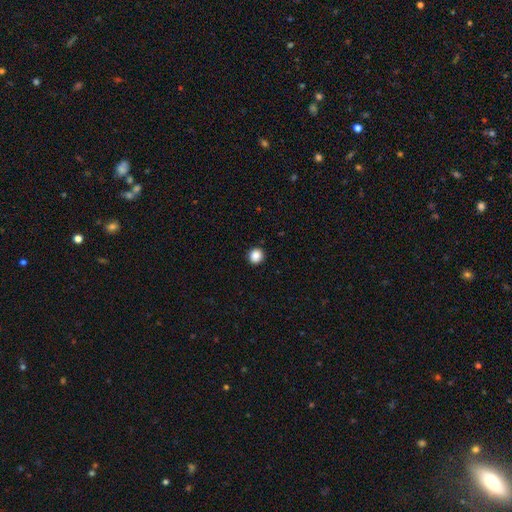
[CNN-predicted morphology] This appears to be a smooth galaxy with no disk features (88%) that is round (91%). Merging: none (93%).